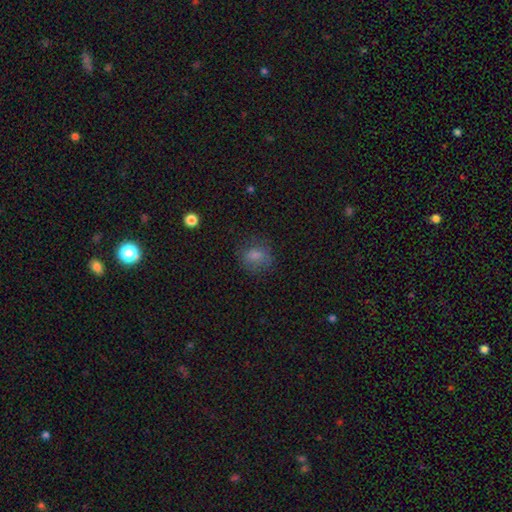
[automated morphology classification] smooth-or-featured: smooth: 76% | star or artifact: 12% | featured or disk: 12%
  how-rounded: round: 63% | in between: 36% | cigar-shaped: 1%
  merging: none: 69% | minor disturbance: 19% | major disturbance: 10% | merger: 2%